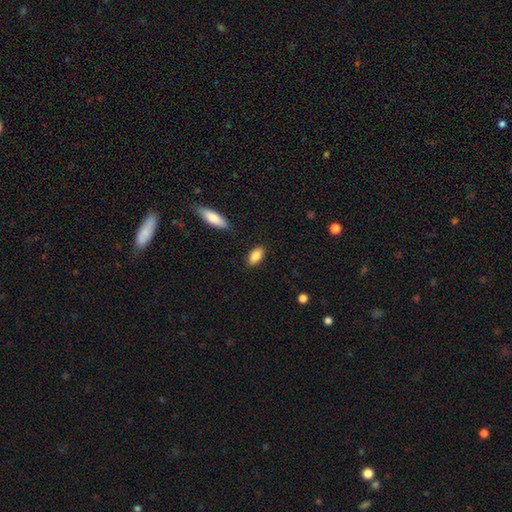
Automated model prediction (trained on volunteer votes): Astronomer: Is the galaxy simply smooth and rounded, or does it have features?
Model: smooth — 87%.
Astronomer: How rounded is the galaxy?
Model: in between — 91%.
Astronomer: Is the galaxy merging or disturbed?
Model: none — 87%.